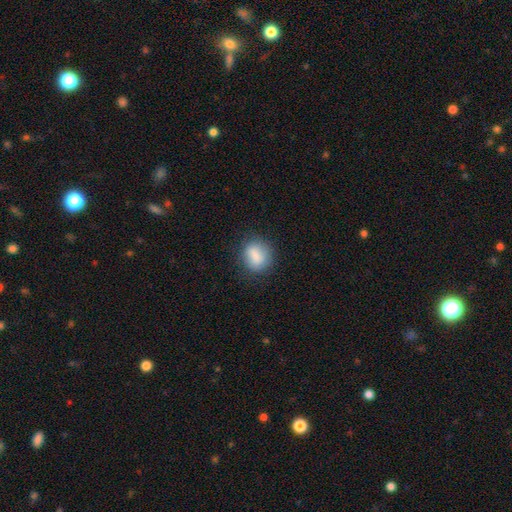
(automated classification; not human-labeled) A smooth galaxy with no disk features (83%) that is round (51%).

Vote fractions:
- Smooth or featured? smooth: 83% / featured or disk: 9% / star or artifact: 8%
- How rounded? round: 51% / in between: 47% / cigar-shaped: 2%
- Merging? none: 77% / minor disturbance: 16% / major disturbance: 5% / merger: 2%